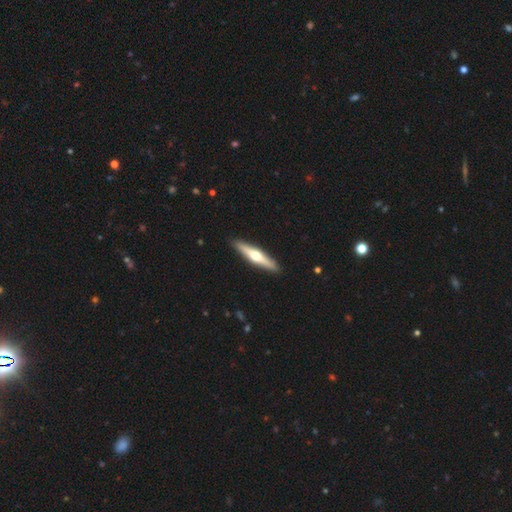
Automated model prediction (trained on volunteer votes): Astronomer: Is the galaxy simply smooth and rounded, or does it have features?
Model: featured or disk — 61%.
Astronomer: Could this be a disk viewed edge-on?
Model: yes — 96%.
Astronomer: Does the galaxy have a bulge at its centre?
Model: rounded — 94%.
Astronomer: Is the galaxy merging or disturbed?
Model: none — 92%.